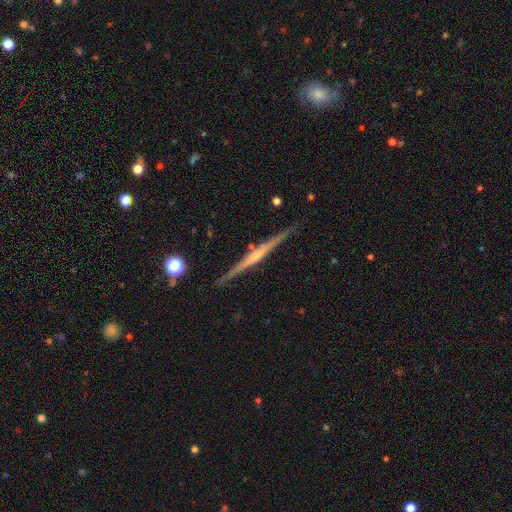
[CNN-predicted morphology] type=featured or disk (75%); edge-on=yes (98%); edge-on bulge=none (46%); merging=none (88%).